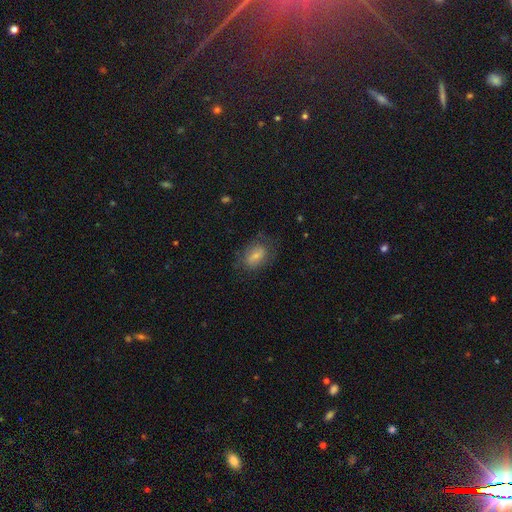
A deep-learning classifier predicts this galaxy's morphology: Overall: smooth (67%). How rounded: in between (80%). Merging: none (66%).